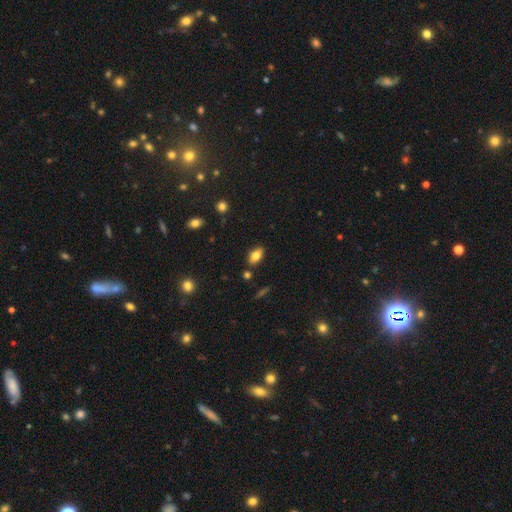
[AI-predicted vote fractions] Smooth or featured?
  - smooth: 78% *
  - featured or disk: 13%
  - star or artifact: 9%
How rounded?
  - in between: 89% *
  - cigar-shaped: 6%
  - round: 5%
Merging?
  - none: 83% *
  - minor disturbance: 11%
  - merger: 4%
  - major disturbance: 2%